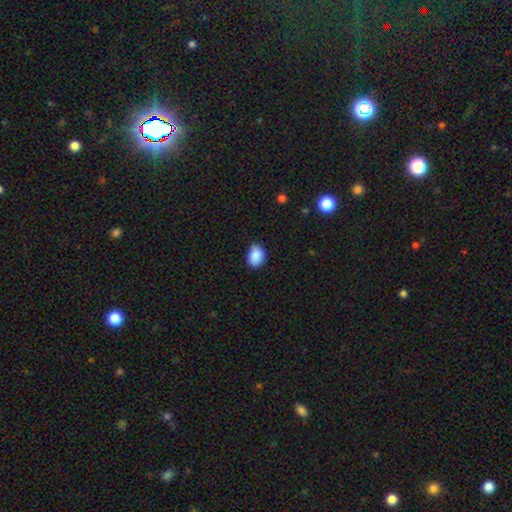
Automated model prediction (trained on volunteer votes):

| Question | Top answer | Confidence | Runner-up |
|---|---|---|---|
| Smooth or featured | smooth | 88% | star or artifact (8%) |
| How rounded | in between | 72% | round (27%) |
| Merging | none | 74% | minor disturbance (22%) |